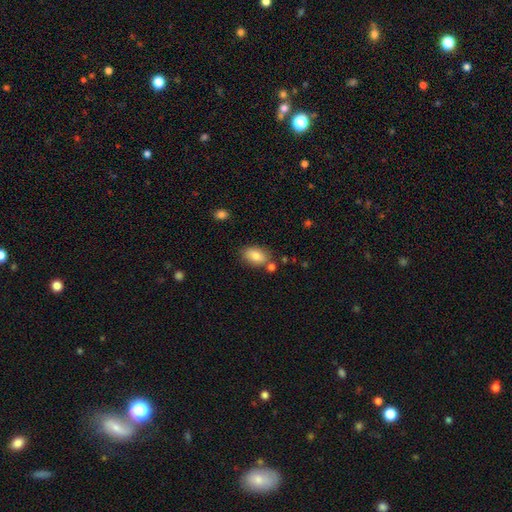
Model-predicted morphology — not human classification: type=smooth (85%); roundness=in between (90%); merging=none (72%).